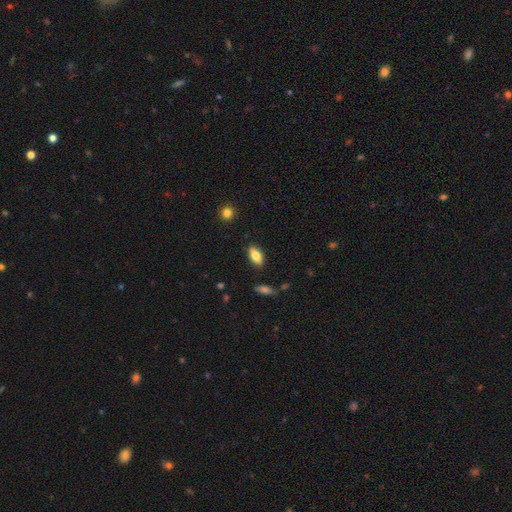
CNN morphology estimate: This appears to be a smooth galaxy with no disk features (78%) that is in between round and cigar-shaped (90%). Merging: none (86%).